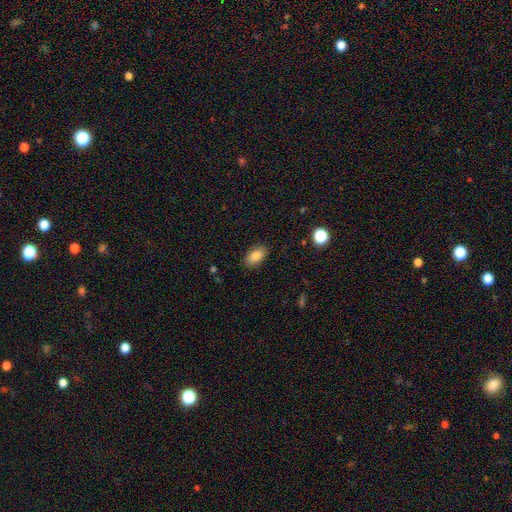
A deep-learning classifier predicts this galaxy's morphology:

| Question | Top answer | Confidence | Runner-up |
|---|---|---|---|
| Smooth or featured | smooth | 85% | star or artifact (8%) |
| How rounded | in between | 91% | round (6%) |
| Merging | none | 87% | minor disturbance (9%) |